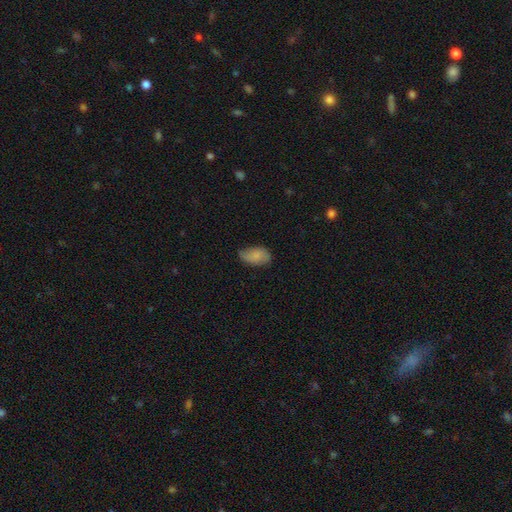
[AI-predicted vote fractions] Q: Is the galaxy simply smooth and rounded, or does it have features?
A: smooth — 76%.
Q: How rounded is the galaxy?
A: in between — 93%.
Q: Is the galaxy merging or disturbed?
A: none — 62%.